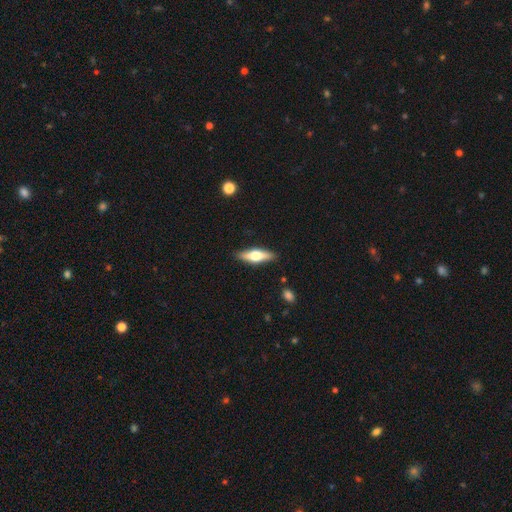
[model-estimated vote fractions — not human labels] Smooth or featured?
  - featured or disk: 50% *
  - smooth: 44%
  - star or artifact: 6%
Edge-on disk?
  - yes: 91% *
  - no: 9%
Merging?
  - none: 88% *
  - minor disturbance: 9%
  - major disturbance: 2%
  - merger: 1%